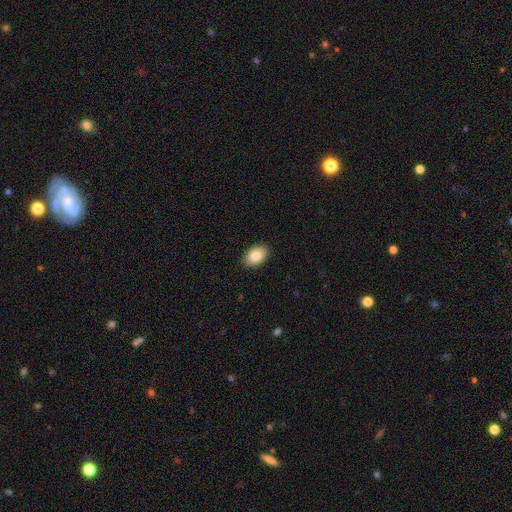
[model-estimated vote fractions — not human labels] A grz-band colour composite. It shows a smooth galaxy with no disk features (87%) that is in between round and cigar-shaped (91%). Merging: none (90%).